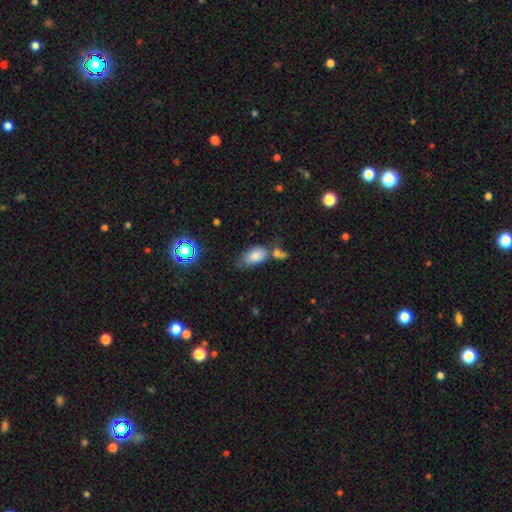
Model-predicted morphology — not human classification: Smooth or featured?
  - smooth: 80% *
  - featured or disk: 11%
  - star or artifact: 10%
How rounded?
  - in between: 91% *
  - round: 6%
  - cigar-shaped: 3%
Merging?
  - none: 37% *
  - merger: 31%
  - minor disturbance: 21%
  - major disturbance: 10%